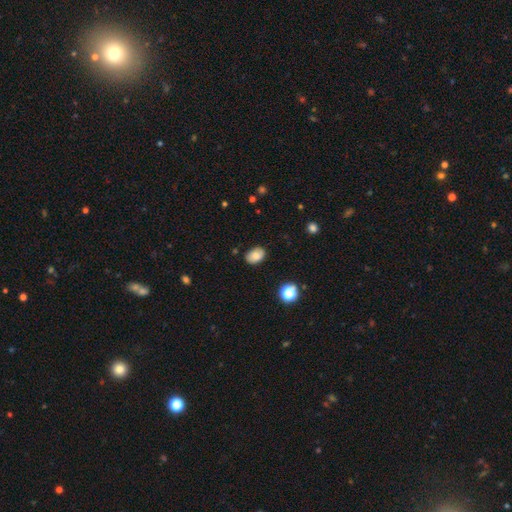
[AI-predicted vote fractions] This is likely a smooth galaxy (80%). How rounded: clearly in between (82%). Merging: clearly none (83%).